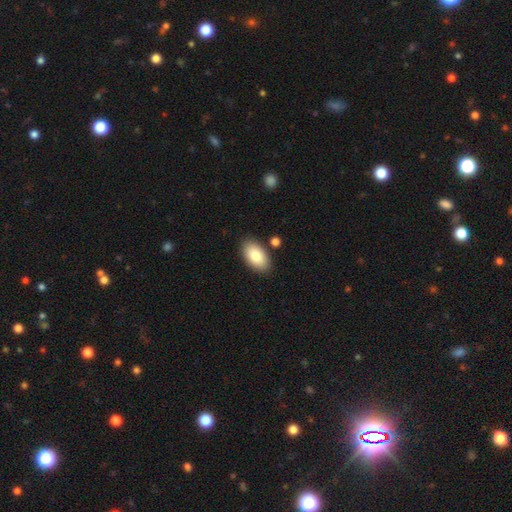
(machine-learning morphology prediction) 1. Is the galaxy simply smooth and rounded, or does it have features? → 85% smooth, 9% featured or disk, 6% star or artifact.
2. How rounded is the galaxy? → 95% in between, 3% round, 2% cigar-shaped.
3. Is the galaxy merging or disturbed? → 84% none, 10% minor disturbance, 4% merger, 2% major disturbance.